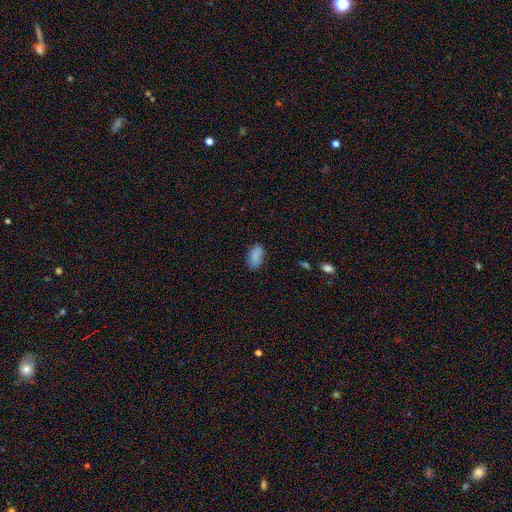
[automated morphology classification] A smooth galaxy with no disk features (86%) that is in between round and cigar-shaped (91%).

Vote fractions:
- Smooth or featured? smooth: 86% / star or artifact: 8% / featured or disk: 6%
- How rounded? in between: 91% / cigar-shaped: 5% / round: 4%
- Merging? none: 78% / minor disturbance: 17% / major disturbance: 3% / merger: 2%